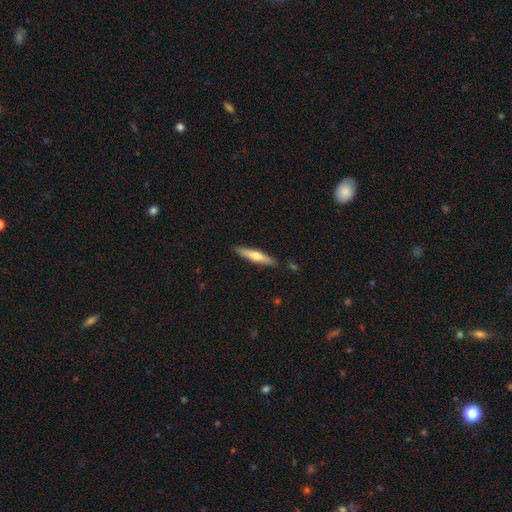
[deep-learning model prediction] smooth 56%, featured or disk 39%, star or artifact 5%. Down the decision tree: how rounded — cigar-shaped (87%); merging — none (89%).